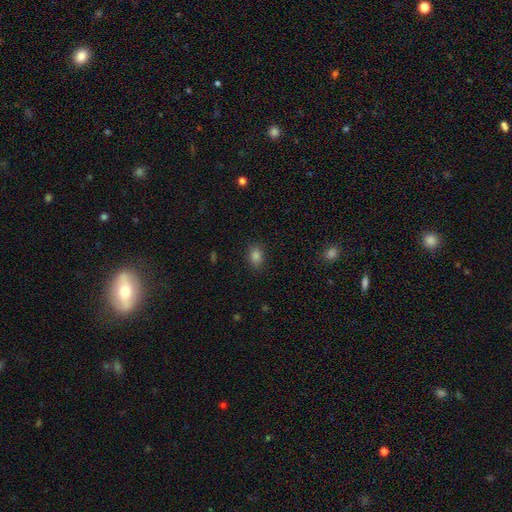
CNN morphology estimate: type=smooth (83%); roundness=in between (76%); merging=none (86%).